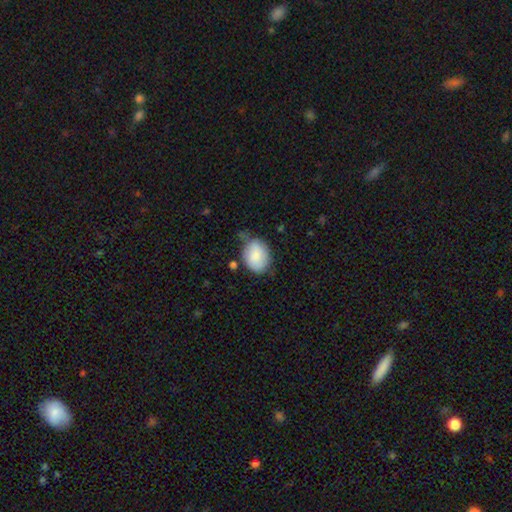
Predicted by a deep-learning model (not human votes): Smooth or featured? Predicted: smooth (p=0.84). How rounded? Predicted: in between (p=0.61). Merging? Predicted: none (p=0.55).